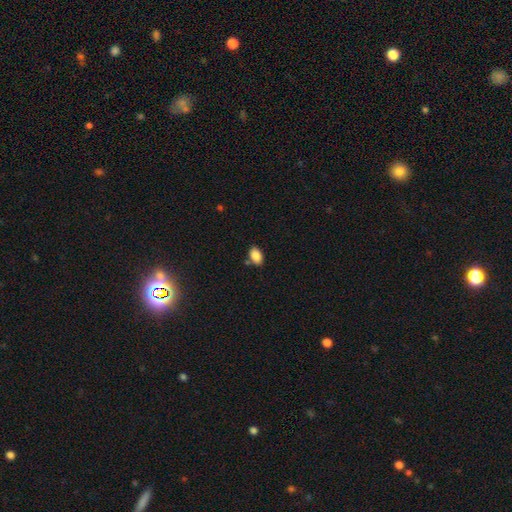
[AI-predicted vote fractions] A smooth galaxy with no disk features (87%) that is in between round and cigar-shaped (90%).

Vote fractions:
- Smooth or featured? smooth: 87% / star or artifact: 8% / featured or disk: 5%
- How rounded? in between: 90% / round: 9% / cigar-shaped: 1%
- Merging? none: 77% / minor disturbance: 13% / merger: 6% / major disturbance: 3%